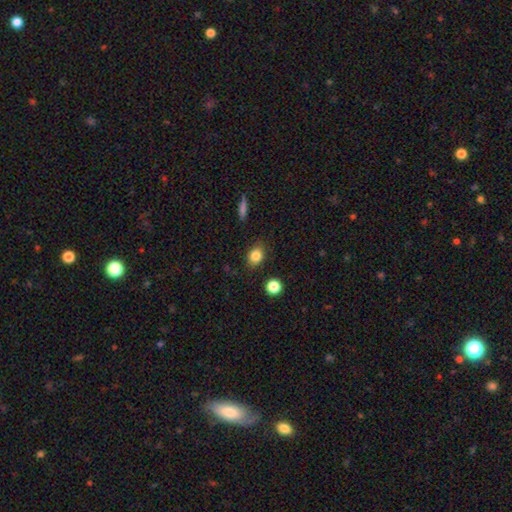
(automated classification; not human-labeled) A smooth galaxy with no disk features (84%) that is in between round and cigar-shaped (54%).

Vote fractions:
- Smooth or featured? smooth: 84% / star or artifact: 10% / featured or disk: 6%
- How rounded? in between: 54% / round: 44% / cigar-shaped: 2%
- Merging? none: 85% / minor disturbance: 11% / major disturbance: 3% / merger: 2%